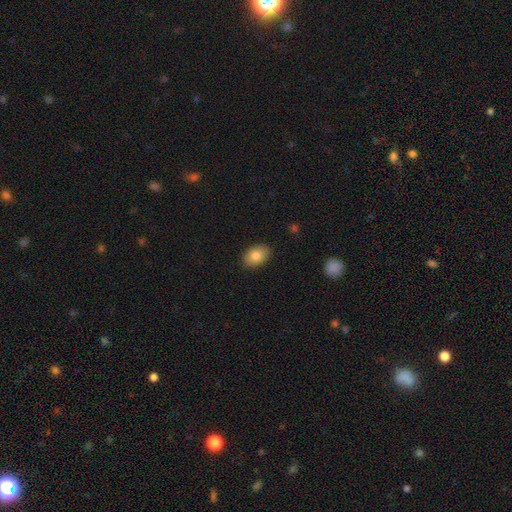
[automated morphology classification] A smooth galaxy with no disk features (84%) that is in between round and cigar-shaped (85%).

Vote fractions:
- Smooth or featured? smooth: 84% / featured or disk: 9% / star or artifact: 7%
- How rounded? in between: 85% / round: 14% / cigar-shaped: 1%
- Merging? none: 87% / minor disturbance: 10% / major disturbance: 2% / merger: 1%